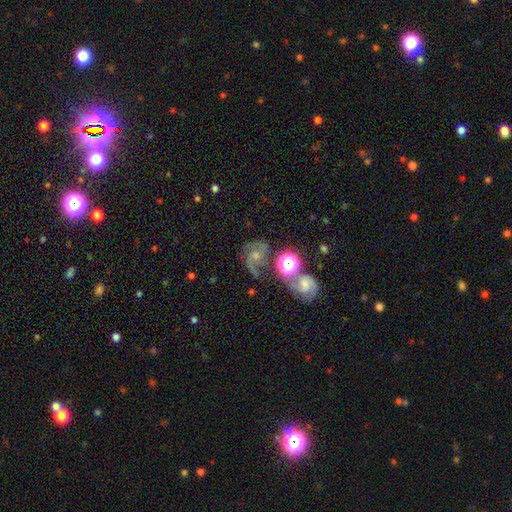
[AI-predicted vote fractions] Smooth or featured? Predicted: featured or disk (p=0.69). Edge-on disk? Predicted: no (p=0.97). Bar? Predicted: no (p=0.58). Spiral arms? Predicted: yes (p=0.95). Spiral winding? Predicted: medium (p=0.51). Spiral arm count? Predicted: 2 (p=0.76). Bulge size? Predicted: moderate (p=0.44). Merging? Predicted: none (p=0.48).